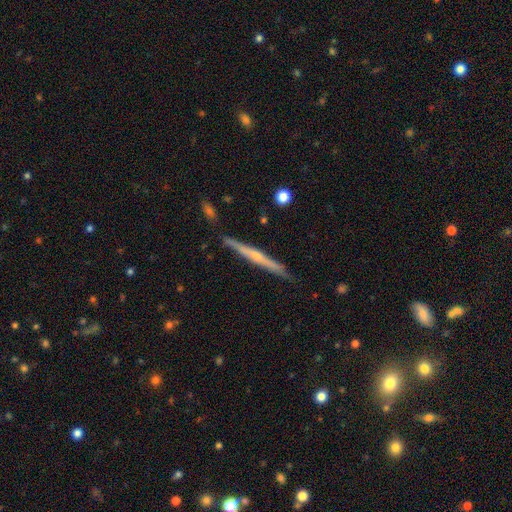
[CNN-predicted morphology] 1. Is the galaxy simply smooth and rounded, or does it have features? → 69% featured or disk, 25% smooth, 6% star or artifact.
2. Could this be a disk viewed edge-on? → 97% yes, 3% no.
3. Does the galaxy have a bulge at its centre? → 63% rounded, 32% none, 5% boxy.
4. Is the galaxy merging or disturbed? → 87% none, 9% minor disturbance, 2% merger, 2% major disturbance.